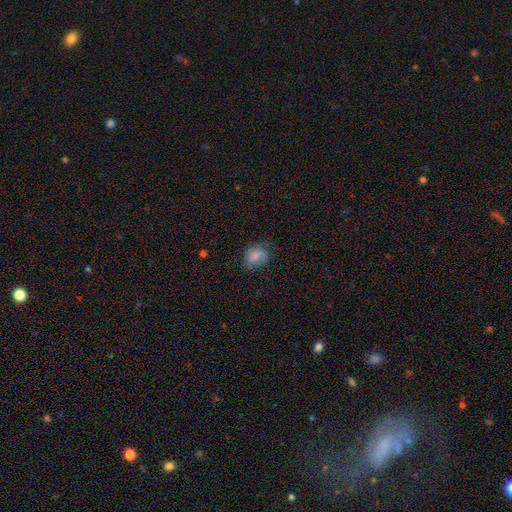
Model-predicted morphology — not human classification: Overall: smooth (76%). How rounded: in between (58%; round 41%). Merging: none (58%; minor disturbance 28%).